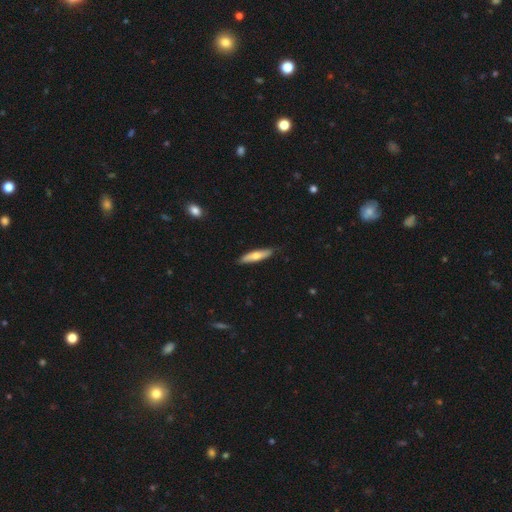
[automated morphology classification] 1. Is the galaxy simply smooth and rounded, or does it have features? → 63% smooth, 32% featured or disk, 5% star or artifact.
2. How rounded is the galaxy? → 80% cigar-shaped, 19% in between, 2% round.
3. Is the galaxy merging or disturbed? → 87% none, 11% minor disturbance, 2% major disturbance, 1% merger.